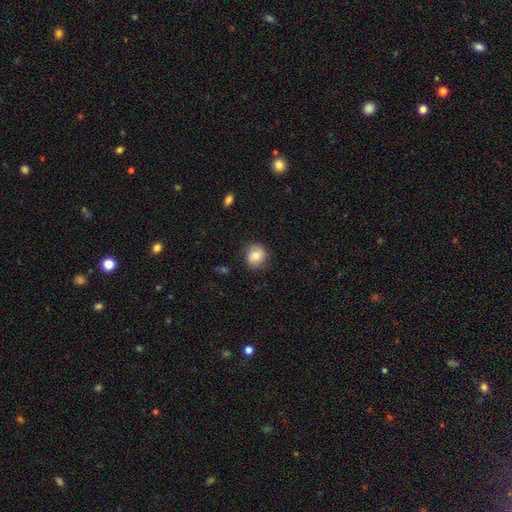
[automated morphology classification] Smooth or featured: smooth — 75% (featured or disk — 17%)
How rounded: round — 83% (in between — 16%)
Merging: none — 81% (minor disturbance — 14%)